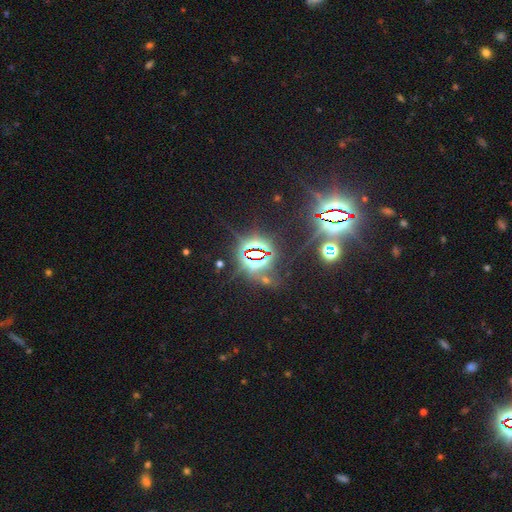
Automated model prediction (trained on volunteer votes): Overall: star or artifact (83%).